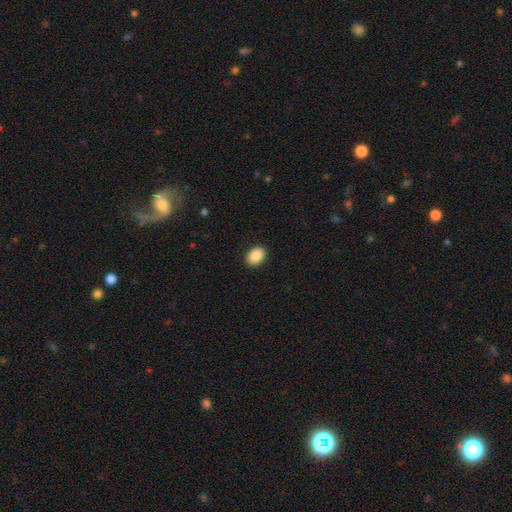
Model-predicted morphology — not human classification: smooth-or-featured: smooth: 88% | star or artifact: 7% | featured or disk: 4%
  how-rounded: in between: 79% | round: 20% | cigar-shaped: 1%
  merging: none: 91% | minor disturbance: 7% | major disturbance: 2% | merger: 1%